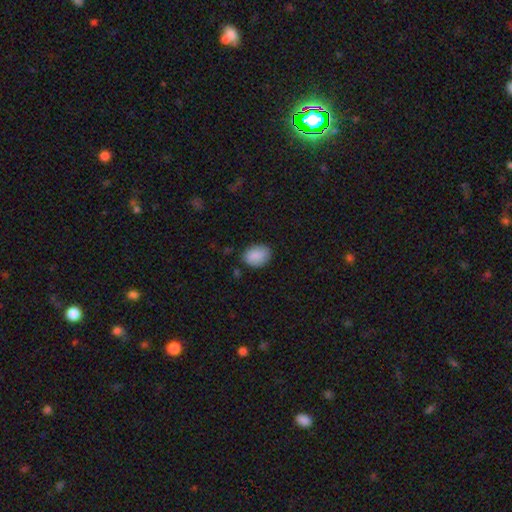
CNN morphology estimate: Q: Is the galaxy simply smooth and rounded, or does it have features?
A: smooth — 88%.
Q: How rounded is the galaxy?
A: in between — 71%.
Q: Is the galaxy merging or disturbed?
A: none — 81%.